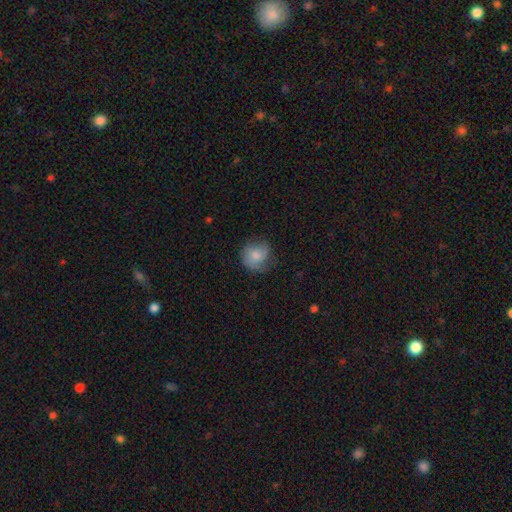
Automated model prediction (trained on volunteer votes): Smooth or featured? smooth (72%)
How rounded? round (78%)
Merging? none (55%)